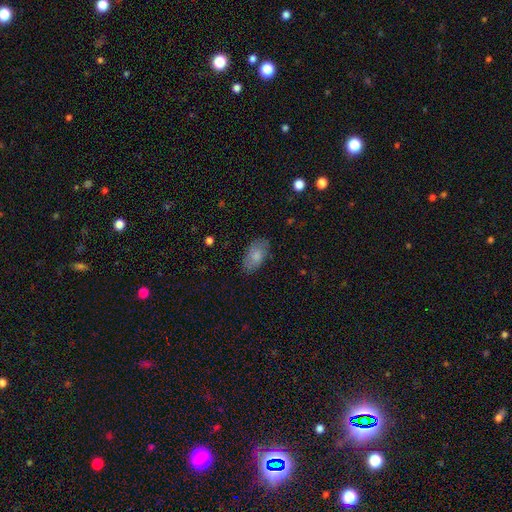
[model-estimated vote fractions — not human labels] This appears to be a smooth galaxy with no disk features (78%) that is in between round and cigar-shaped (94%). Merging: none (77%).